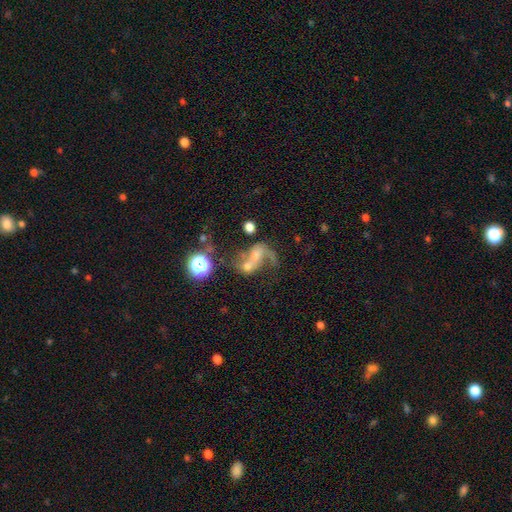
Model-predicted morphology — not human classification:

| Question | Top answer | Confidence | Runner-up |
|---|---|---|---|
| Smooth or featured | featured or disk | 57% | smooth (23%) |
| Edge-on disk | no | 96% | yes (4%) |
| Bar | no | 60% | weak (28%) |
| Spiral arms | yes | 69% | no (31%) |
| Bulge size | small | 35% | moderate (32%) |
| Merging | merger | 50% | major disturbance (21%) |